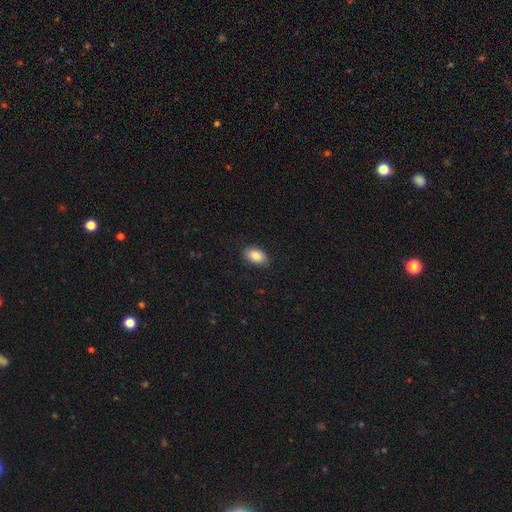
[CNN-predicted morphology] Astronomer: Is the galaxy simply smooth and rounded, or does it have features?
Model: smooth — 88%.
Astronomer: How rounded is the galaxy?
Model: in between — 92%.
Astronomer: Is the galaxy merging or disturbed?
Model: none — 87%.